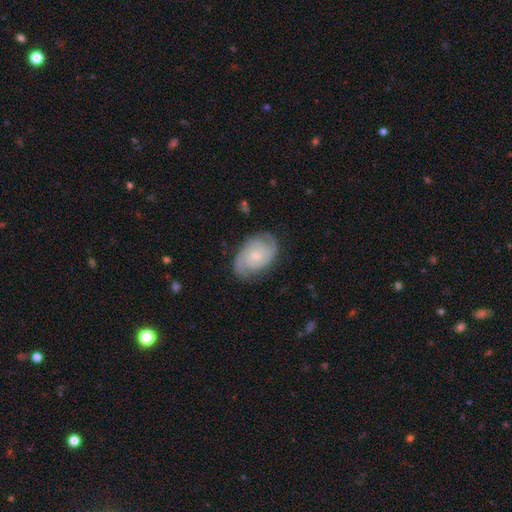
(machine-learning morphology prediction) This appears to be a featured or disk galaxy (85%) with no bar (66%), 2 (71%) tight (60%) spiral arms (97%) and a small central bulge (60%). Merging: none (80%).